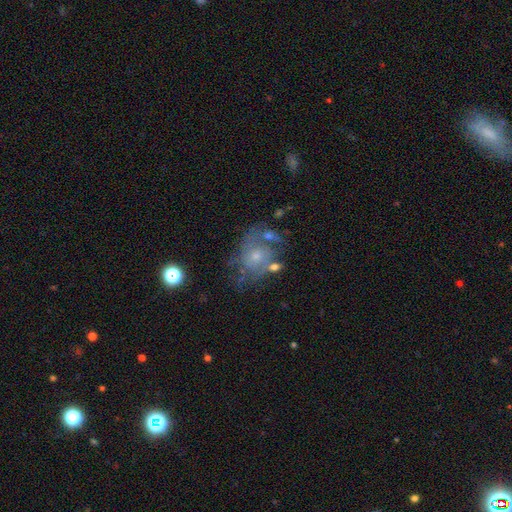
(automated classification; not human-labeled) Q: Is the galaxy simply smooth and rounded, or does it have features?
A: featured or disk — 63%.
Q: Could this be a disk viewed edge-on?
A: no — 97%.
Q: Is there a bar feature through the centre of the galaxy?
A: no — 78%.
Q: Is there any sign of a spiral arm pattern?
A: yes — 73%.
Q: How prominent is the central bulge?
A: small — 53%.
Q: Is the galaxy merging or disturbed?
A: none — 48%.